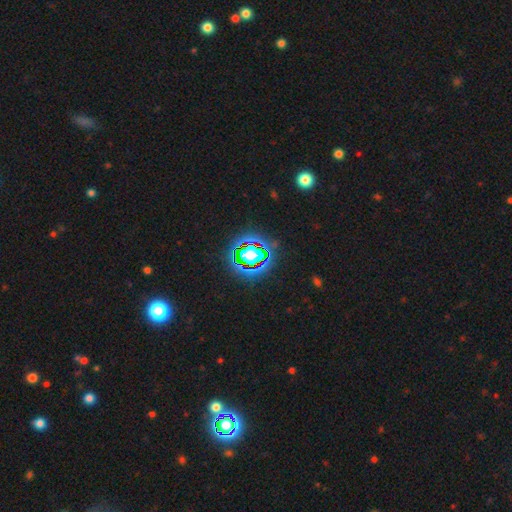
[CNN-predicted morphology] Smooth or featured: star or artifact — 79% (smooth — 12%)